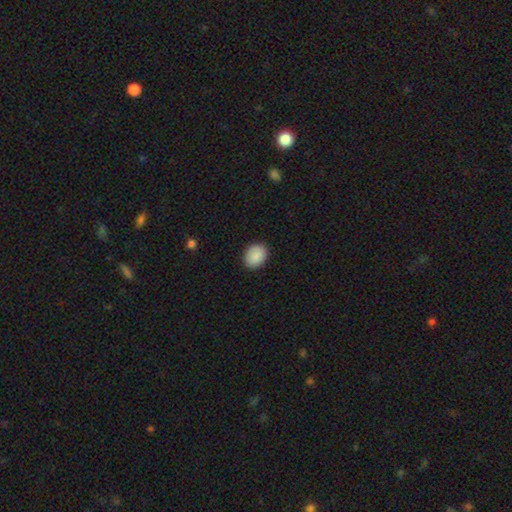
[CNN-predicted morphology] This is clearly a smooth galaxy (89%). How rounded: possibly in between (56%). Merging: clearly none (89%).